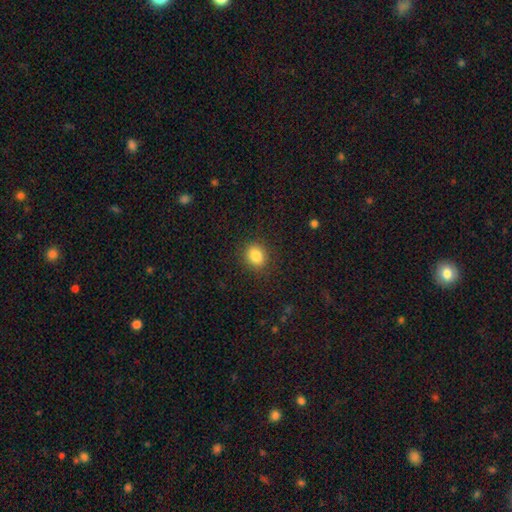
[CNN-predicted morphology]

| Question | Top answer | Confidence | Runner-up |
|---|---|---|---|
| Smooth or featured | smooth | 85% | star or artifact (10%) |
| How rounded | round | 63% | in between (36%) |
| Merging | none | 88% | minor disturbance (8%) |